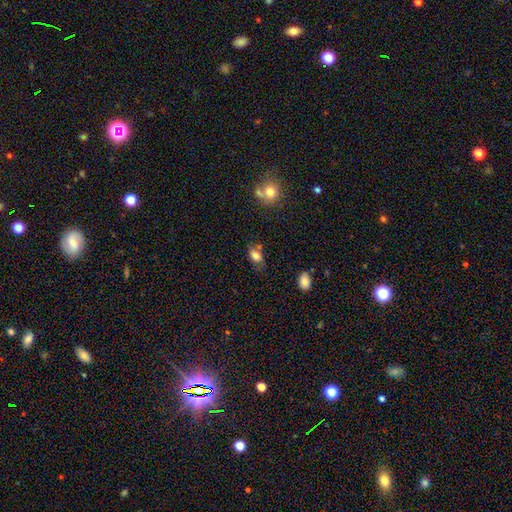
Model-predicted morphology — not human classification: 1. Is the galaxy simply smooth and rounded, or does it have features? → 78% smooth, 12% featured or disk, 10% star or artifact.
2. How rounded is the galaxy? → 86% in between, 11% round, 3% cigar-shaped.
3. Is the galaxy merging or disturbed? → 56% none, 25% minor disturbance, 10% merger, 9% major disturbance.